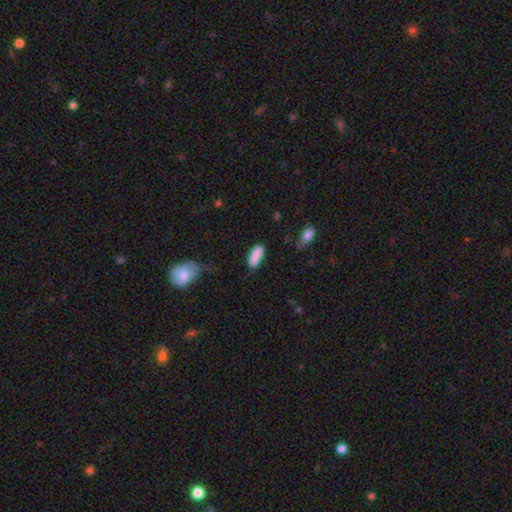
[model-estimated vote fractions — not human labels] Smooth or featured? smooth (88%)
How rounded? in between (60%)
Merging? none (77%)